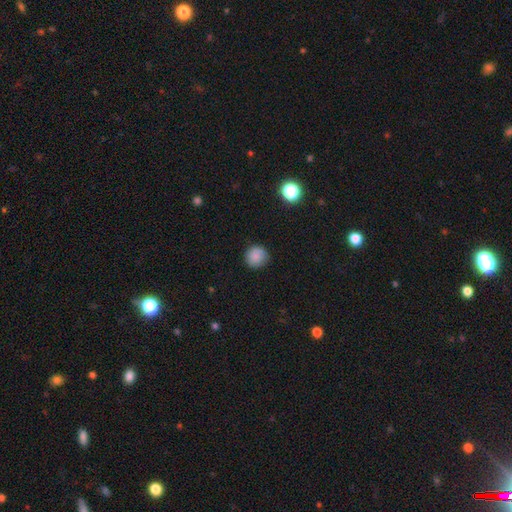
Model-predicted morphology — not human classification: Smooth or featured? smooth (86%)
How rounded? round (94%)
Merging? none (87%)